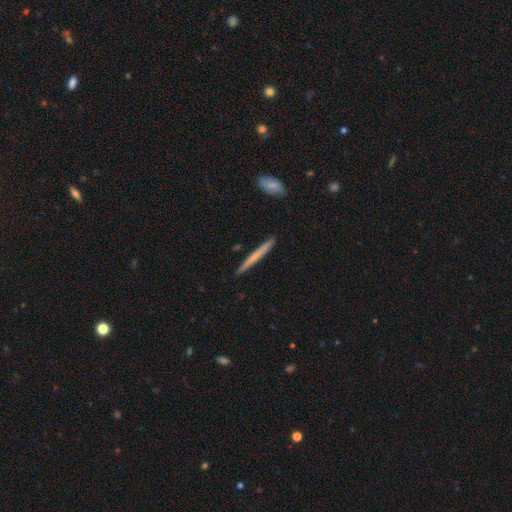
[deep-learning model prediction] This is possibly a smooth galaxy (56%). How rounded: clearly cigar-shaped (97%). Merging: clearly none (91%).